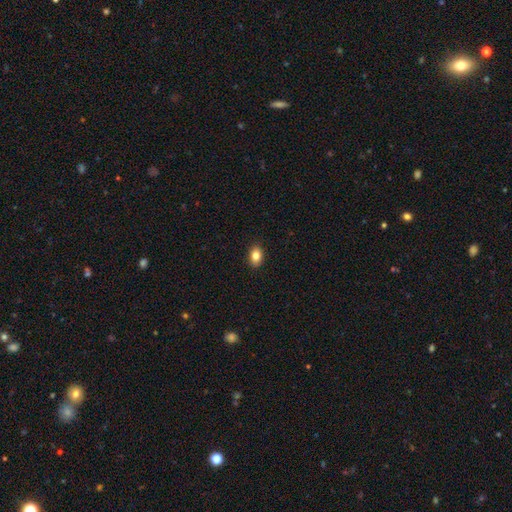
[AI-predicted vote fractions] This is clearly a smooth galaxy (83%). How rounded: clearly in between (82%). Merging: clearly none (90%).